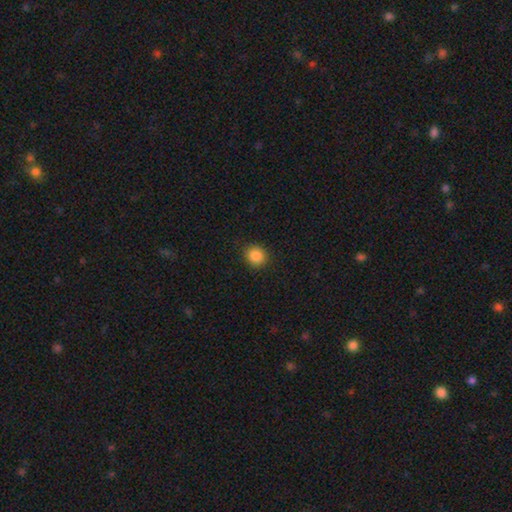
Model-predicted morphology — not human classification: The model was most divided on "how rounded": round: 86%, in between: 13%, cigar-shaped: 1%. More confident: merging — none (89%); smooth or featured — smooth (87%).